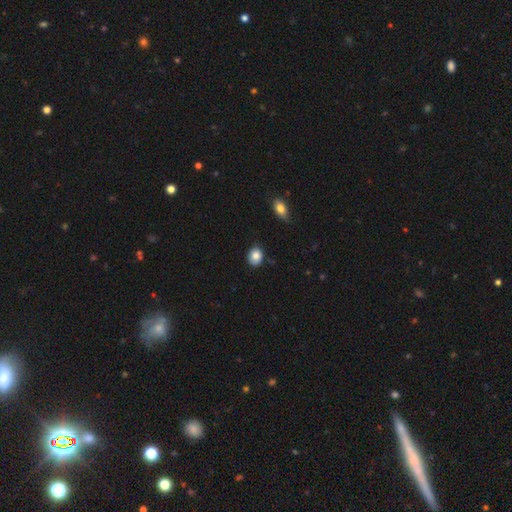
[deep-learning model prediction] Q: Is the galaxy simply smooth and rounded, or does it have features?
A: smooth — 85%.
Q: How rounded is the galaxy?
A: round — 50%.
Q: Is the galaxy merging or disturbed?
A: none — 83%.